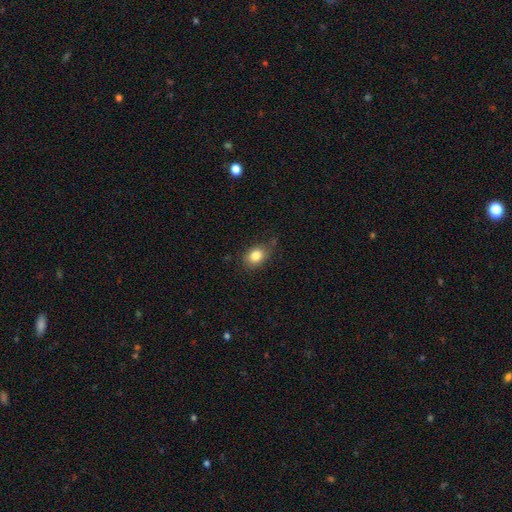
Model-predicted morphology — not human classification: A smooth galaxy with no disk features (83%) that is in between round and cigar-shaped (57%). Merging: none (69%).